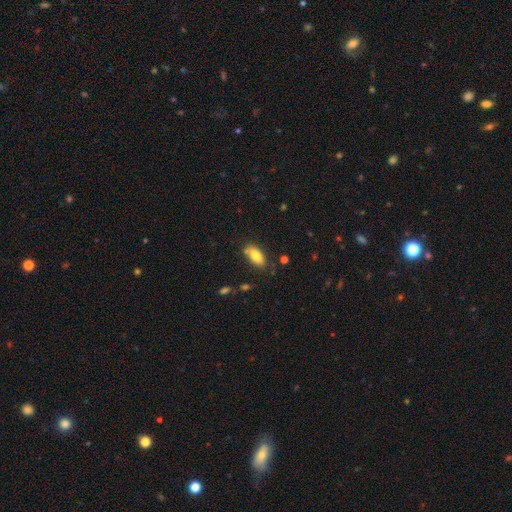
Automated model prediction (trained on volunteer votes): This is likely a smooth galaxy (80%). How rounded: clearly in between (90%). Merging: likely none (72%).